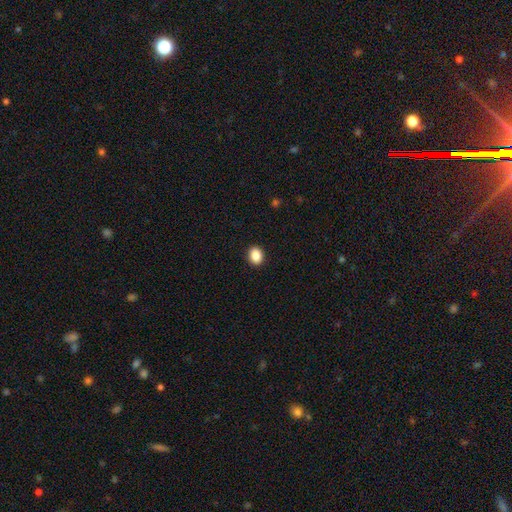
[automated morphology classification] Smooth or featured? smooth (88%)
How rounded? in between (57%)
Merging? none (91%)